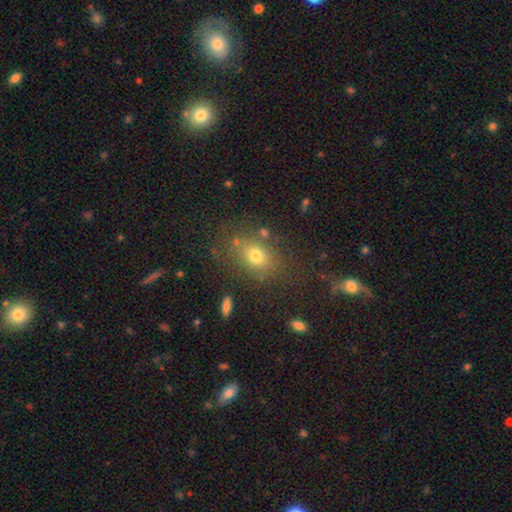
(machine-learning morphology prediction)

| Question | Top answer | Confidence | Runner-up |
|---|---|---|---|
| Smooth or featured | smooth | 71% | star or artifact (16%) |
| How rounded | in between | 63% | round (35%) |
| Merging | none | 74% | minor disturbance (14%) |